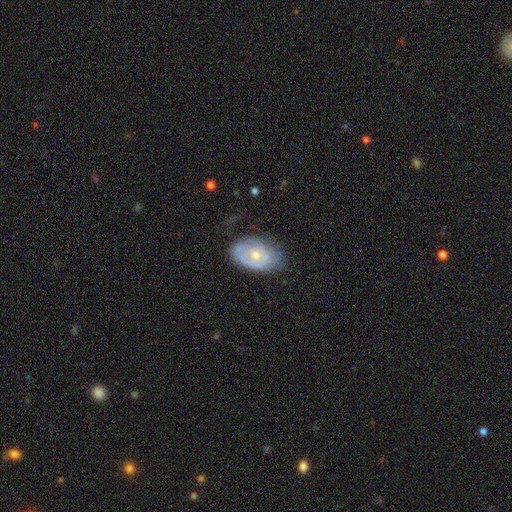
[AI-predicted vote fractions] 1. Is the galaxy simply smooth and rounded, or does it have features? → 62% featured or disk, 32% smooth, 6% star or artifact.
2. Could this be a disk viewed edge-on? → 95% no, 5% yes.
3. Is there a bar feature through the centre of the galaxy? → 84% no, 14% weak, 2% strong.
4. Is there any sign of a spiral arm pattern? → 57% yes, 43% no.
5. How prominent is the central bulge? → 48% small (tied), 48% moderate (tied), 2% large, 1% none, 1% dominant.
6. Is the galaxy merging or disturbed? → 54% none, 30% minor disturbance, 14% major disturbance, 2% merger.